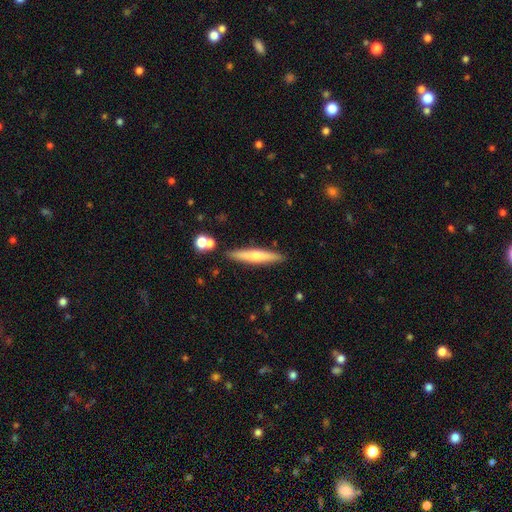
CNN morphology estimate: Overall: smooth (54%; featured or disk 40%). How rounded: cigar-shaped (91%). Merging: none (87%).